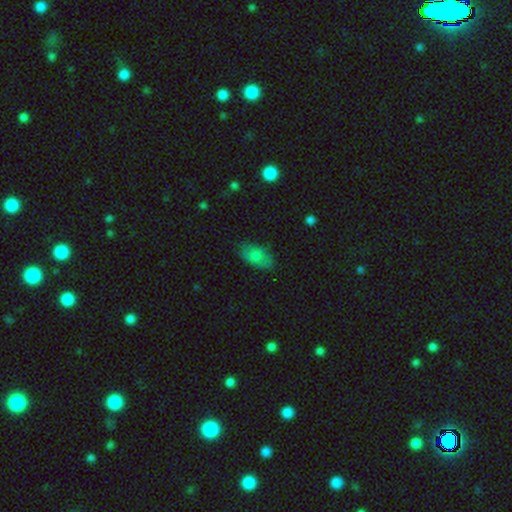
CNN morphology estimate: Smooth or featured?
  - smooth: 77% *
  - featured or disk: 14%
  - star or artifact: 8%
How rounded?
  - in between: 91% *
  - round: 7%
  - cigar-shaped: 3%
Merging?
  - none: 77% *
  - minor disturbance: 18%
  - major disturbance: 4%
  - merger: 1%